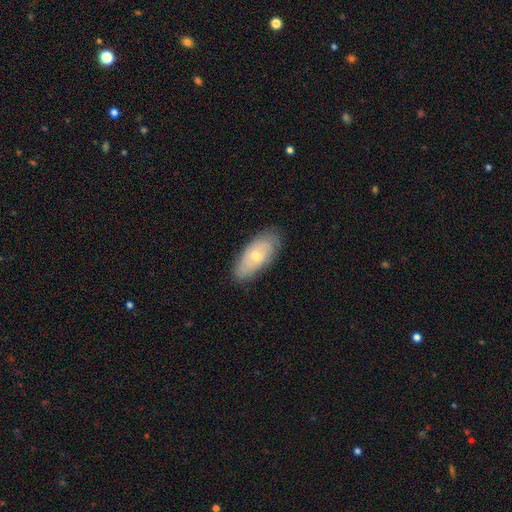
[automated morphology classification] Overall: smooth (48%; featured or disk 45%). Merging: none (78%).